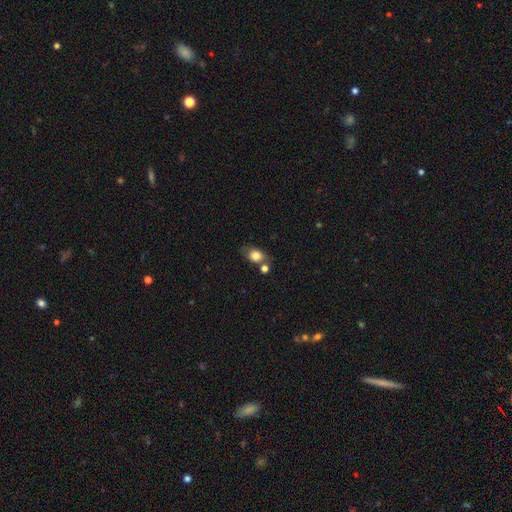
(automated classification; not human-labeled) A smooth galaxy with no disk features (81%) that is in between round and cigar-shaped (60%).

Vote fractions:
- Smooth or featured? smooth: 81% / featured or disk: 10% / star or artifact: 9%
- How rounded? in between: 60% / round: 38% / cigar-shaped: 2%
- Merging? none: 58% / merger: 18% / minor disturbance: 17% / major disturbance: 6%